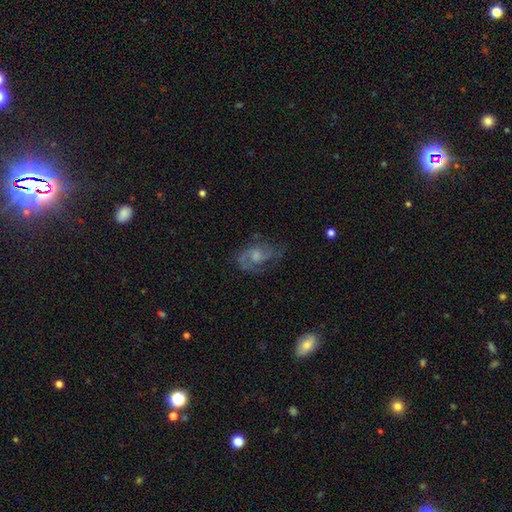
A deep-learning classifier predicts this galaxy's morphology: Smooth or featured? featured or disk (70%)
Edge-on disk? no (97%)
Bar? no (60%)
Spiral arms? yes (86%)
Spiral winding? medium (50%)
Spiral arm count? 2 (60%)
Bulge size? moderate (39%)
Merging? none (55%)